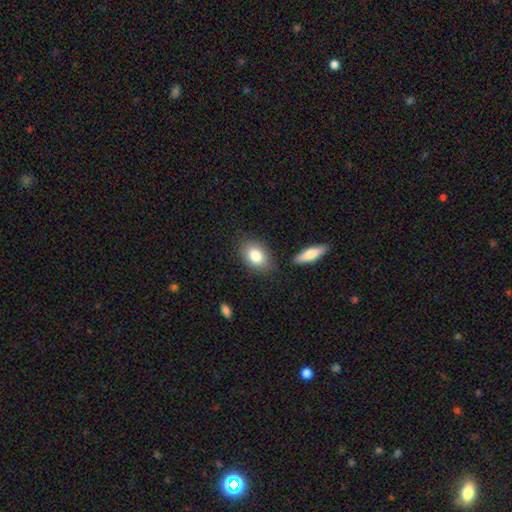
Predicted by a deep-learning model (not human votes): This is clearly a smooth galaxy (81%). How rounded: clearly in between (81%). Merging: likely none (79%).